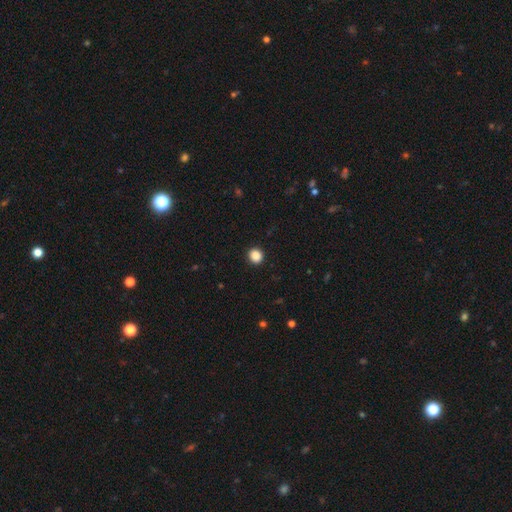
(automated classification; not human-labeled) Morphology: type=smooth (88%); roundness=round (84%); merging=none (92%).